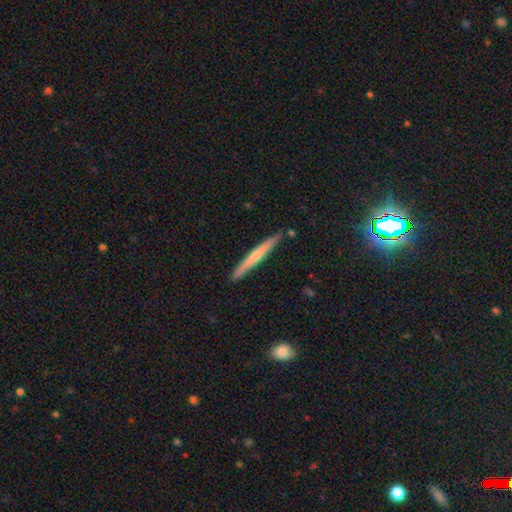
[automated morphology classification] Smooth or featured?
  - featured or disk: 54% *
  - smooth: 40%
  - star or artifact: 6%
Edge-on disk?
  - yes: 97% *
  - no: 3%
Edge-on bulge?
  - rounded: 52% *
  - none: 43%
  - boxy: 5%
Merging?
  - none: 89% *
  - minor disturbance: 8%
  - merger: 2%
  - major disturbance: 1%